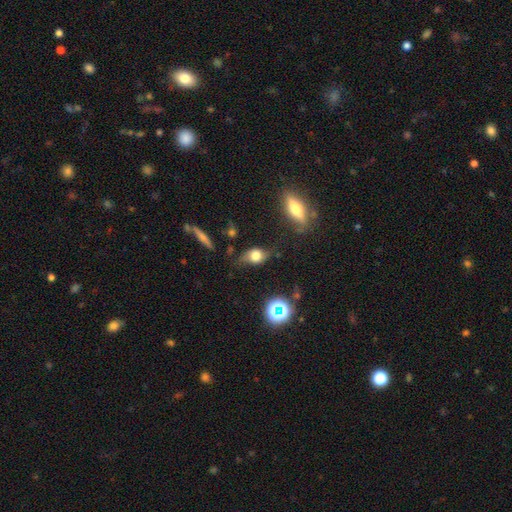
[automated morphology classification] Q: Smooth or featured?
A: smooth (64%); runner-up: featured or disk (22%)
Q: How rounded?
A: in between (70%); runner-up: round (27%)
Q: Merging?
A: none (53%); runner-up: minor disturbance (30%)